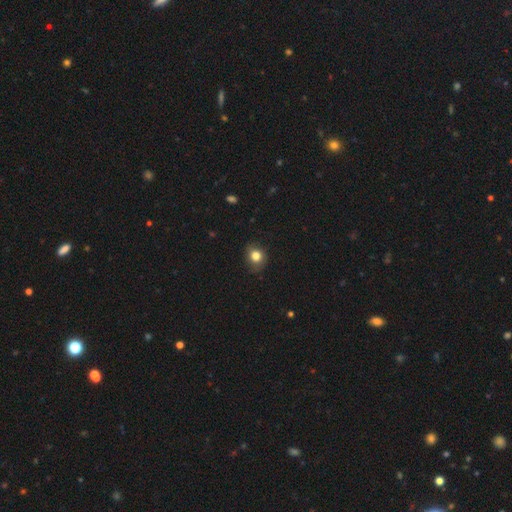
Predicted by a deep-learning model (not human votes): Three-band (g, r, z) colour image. It shows a smooth galaxy with no disk features (81%) that is round (70%). Merging: none (77%).